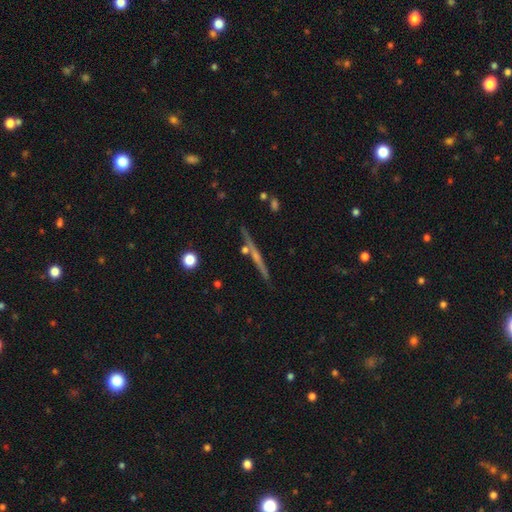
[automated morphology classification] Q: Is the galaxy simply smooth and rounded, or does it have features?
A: featured or disk — 49%.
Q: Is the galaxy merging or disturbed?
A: none — 76%.